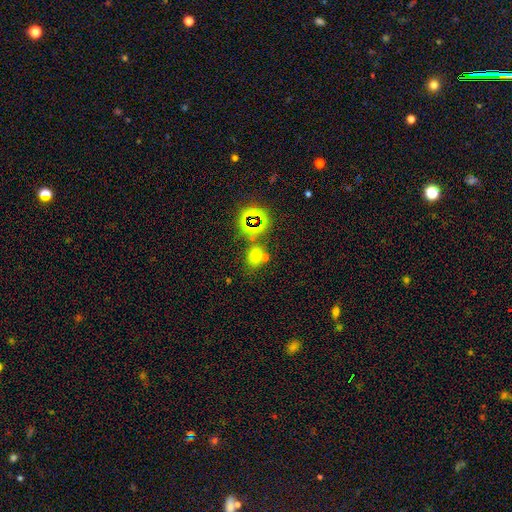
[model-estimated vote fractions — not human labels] smooth 63%, star or artifact 27%, featured or disk 10%. Down the decision tree: how rounded — round (57%); merging — none (63%).